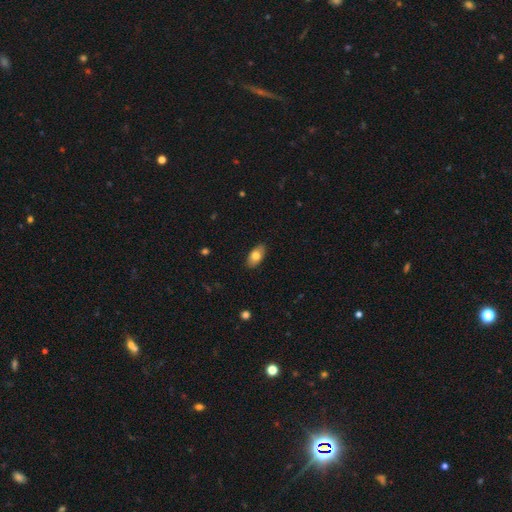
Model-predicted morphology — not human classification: The model was most divided on "smooth or featured": smooth: 77%, featured or disk: 16%, star or artifact: 7%. More confident: how rounded — in between (91%); merging — none (87%).